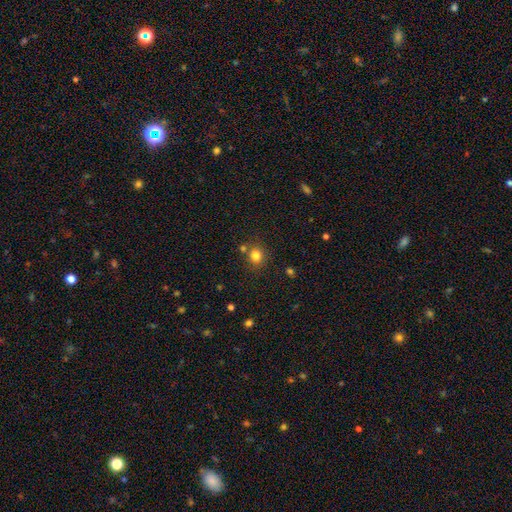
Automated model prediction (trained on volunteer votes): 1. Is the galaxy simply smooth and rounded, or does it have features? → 81% smooth, 13% star or artifact, 6% featured or disk.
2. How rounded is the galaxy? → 82% round, 17% in between, 1% cigar-shaped.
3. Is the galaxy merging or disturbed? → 76% none, 11% merger, 10% minor disturbance, 3% major disturbance.